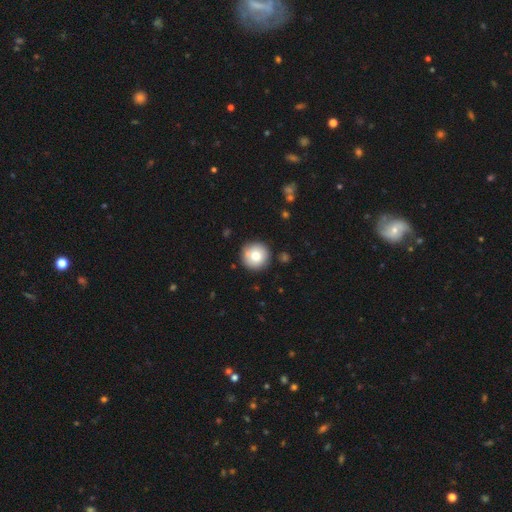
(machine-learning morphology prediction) Smooth or featured? Predicted: smooth (p=0.79). How rounded? Predicted: round (p=0.96). Merging? Predicted: none (p=0.89).